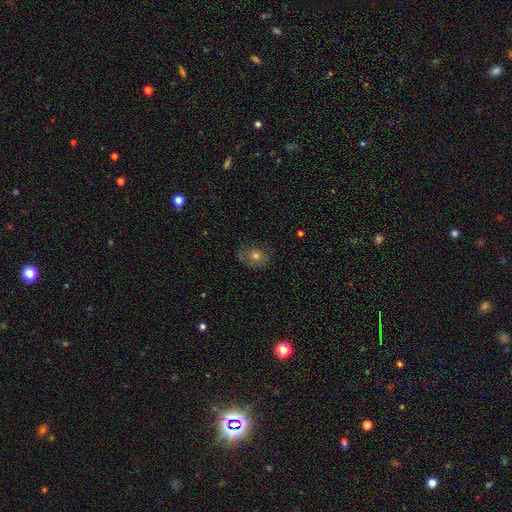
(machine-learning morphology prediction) A smooth galaxy with no disk features (56%) that is round (52%). Merging: none (64%).